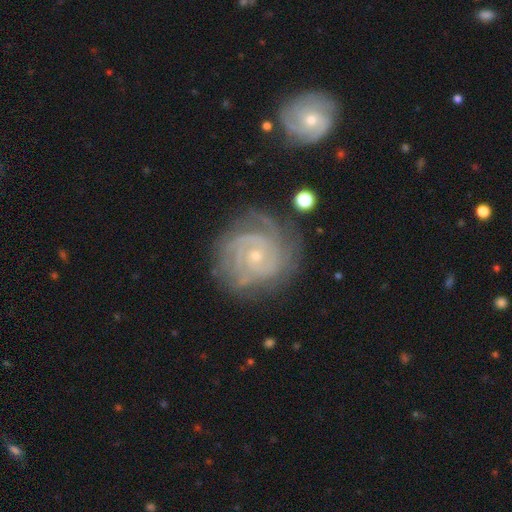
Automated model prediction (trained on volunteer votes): Q: Smooth or featured?
A: featured or disk (87%); runner-up: smooth (7%)
Q: Edge-on disk?
A: no (98%); runner-up: yes (2%)
Q: Bar?
A: no (73%); runner-up: weak (22%)
Q: Spiral arms?
A: yes (97%); runner-up: no (3%)
Q: Spiral winding?
A: tight (73%); runner-up: medium (23%)
Q: Spiral arm count?
A: 3 (27%); runner-up: can't tell (25%)
Q: Bulge size?
A: small (79%); runner-up: moderate (18%)
Q: Merging?
A: none (72%); runner-up: minor disturbance (18%)